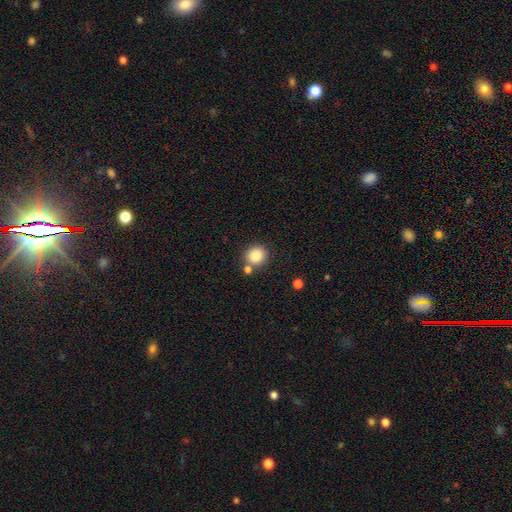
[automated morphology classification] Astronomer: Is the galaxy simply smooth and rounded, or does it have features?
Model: smooth — 84%.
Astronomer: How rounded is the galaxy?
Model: round — 88%.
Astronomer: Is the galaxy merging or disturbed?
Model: none — 75%.